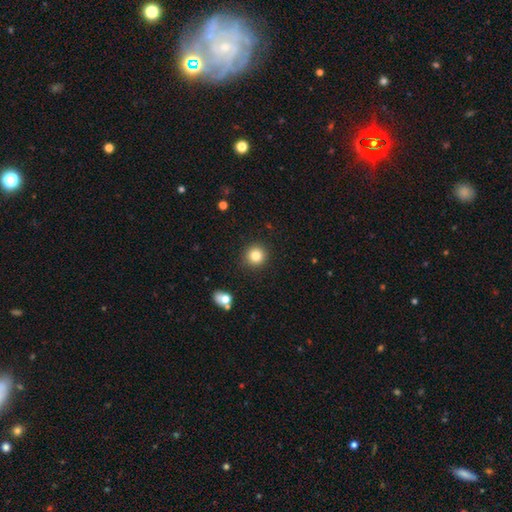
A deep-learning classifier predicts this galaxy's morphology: type=smooth (82%); roundness=round (93%); merging=none (90%).